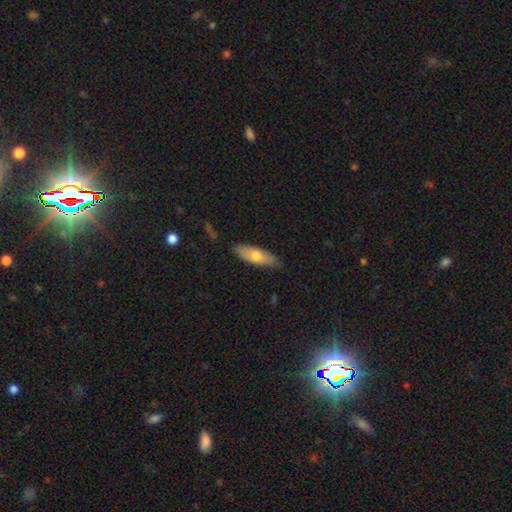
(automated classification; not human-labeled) A smooth galaxy with no disk features (66%) that is in between round and cigar-shaped (61%). Merging: none (82%).